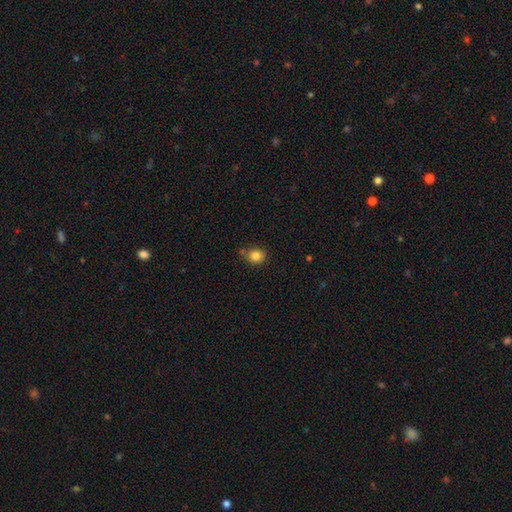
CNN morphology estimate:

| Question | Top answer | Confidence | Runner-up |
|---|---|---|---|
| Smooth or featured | smooth | 84% | star or artifact (11%) |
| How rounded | round | 77% | in between (22%) |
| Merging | none | 66% | minor disturbance (21%) |